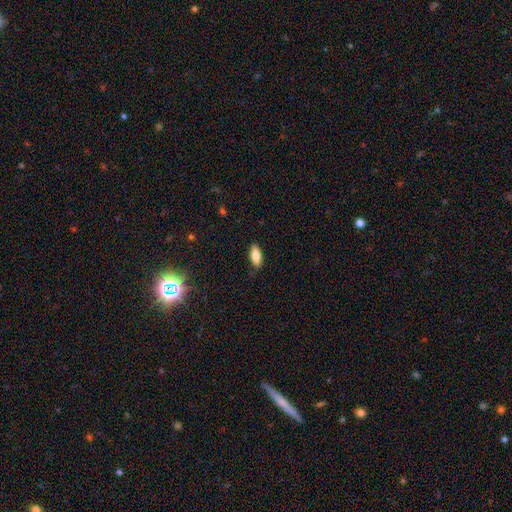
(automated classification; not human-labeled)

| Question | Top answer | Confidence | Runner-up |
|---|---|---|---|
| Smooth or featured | smooth | 78% | featured or disk (14%) |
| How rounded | in between | 83% | cigar-shaped (15%) |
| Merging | none | 84% | minor disturbance (12%) |